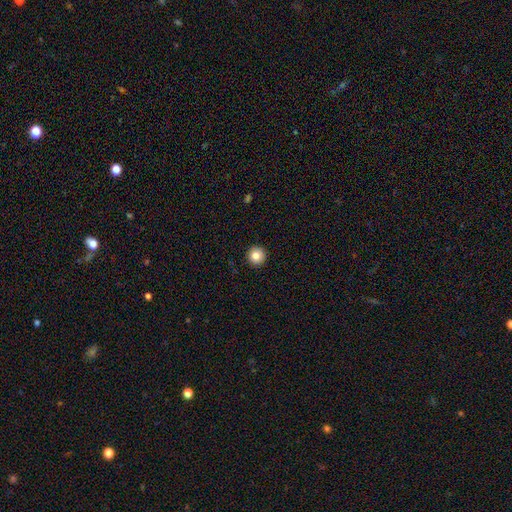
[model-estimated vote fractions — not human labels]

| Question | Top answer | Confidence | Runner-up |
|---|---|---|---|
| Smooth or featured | smooth | 84% | star or artifact (10%) |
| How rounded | round | 96% | in between (3%) |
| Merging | none | 94% | minor disturbance (4%) |